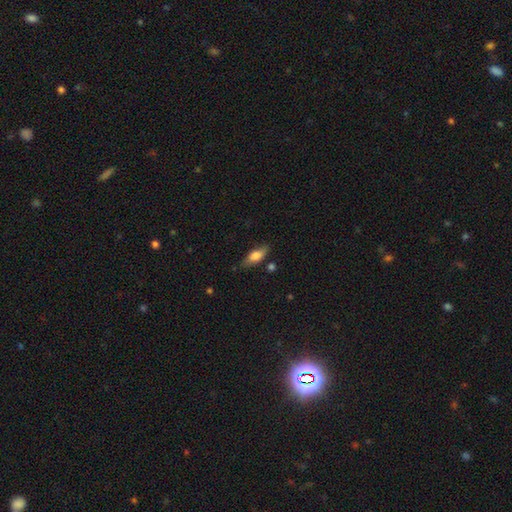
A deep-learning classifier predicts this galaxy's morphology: A smooth galaxy with no disk features (69%) that is in between round and cigar-shaped (69%). Merging: none (75%).